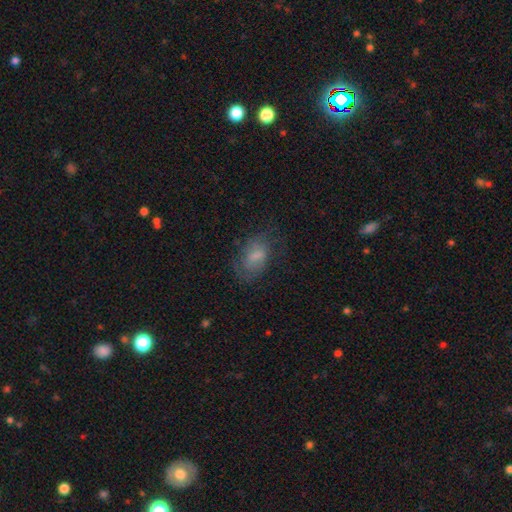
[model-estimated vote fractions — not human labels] smooth-or-featured: smooth: 59% | featured or disk: 31% | star or artifact: 10%
  how-rounded: in between: 87% | round: 10% | cigar-shaped: 3%
  merging: none: 59% | minor disturbance: 24% | major disturbance: 16% | merger: 2%